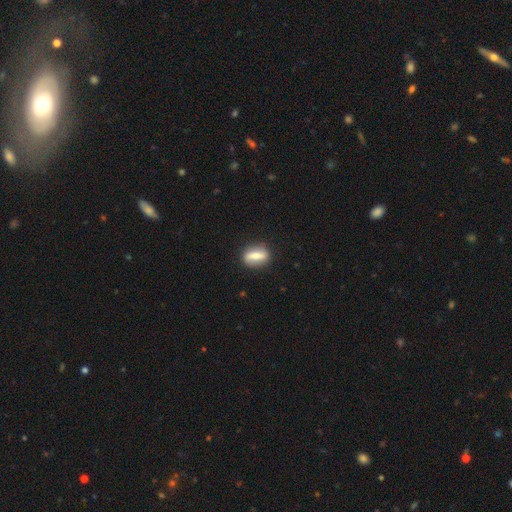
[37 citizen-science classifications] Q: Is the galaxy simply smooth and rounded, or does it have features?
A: smooth — 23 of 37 (62%).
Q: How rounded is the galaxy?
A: in between — 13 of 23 (57%).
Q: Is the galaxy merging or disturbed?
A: none — 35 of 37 (95%).